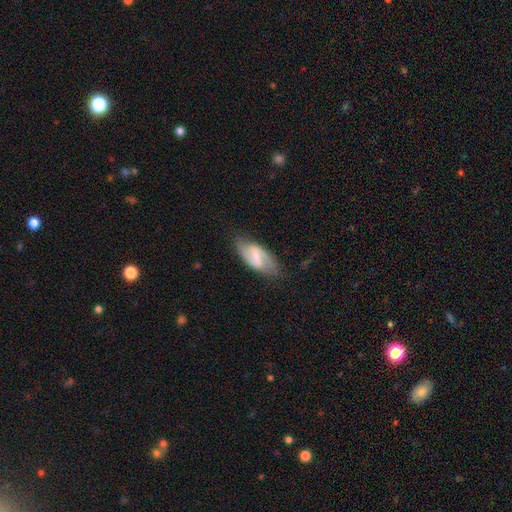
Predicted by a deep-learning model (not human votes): Overall: featured or disk (75%). Edge-on disk: no (95%). Bar: weak (51%; strong 30%). Spiral arms: yes (91%). Spiral arm count: 2 (88%). Spiral winding: medium (49%; loose 30%). Bulge size: small (59%; moderate 33%). Merging: none (76%).